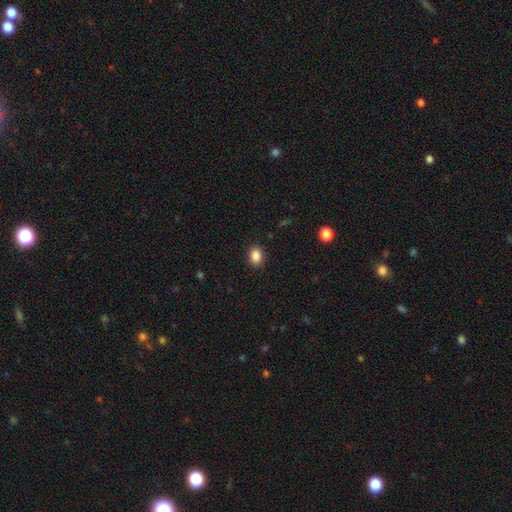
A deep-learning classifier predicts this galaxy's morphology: type=smooth (87%); roundness=in between (72%); merging=none (89%).